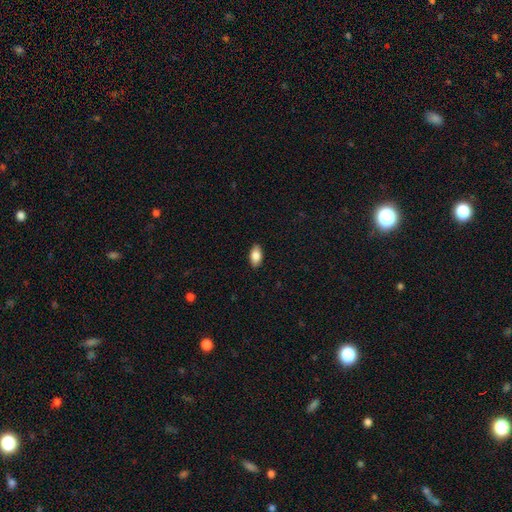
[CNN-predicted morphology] smooth_or_featured: smooth (p=0.84) [alt: featured or disk p=0.10]
how_rounded: in between (p=0.92) [alt: round p=0.04]
merging: none (p=0.89) [alt: minor disturbance p=0.08]